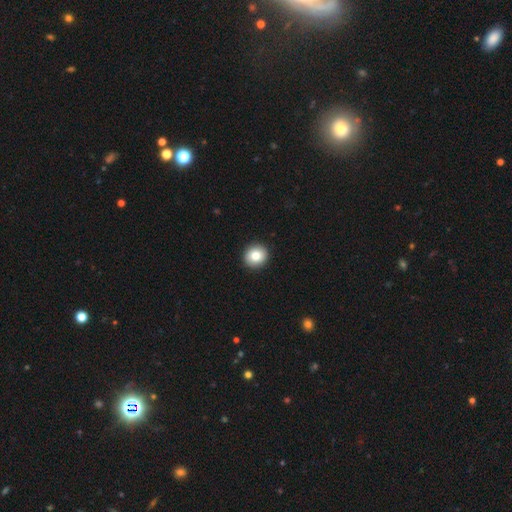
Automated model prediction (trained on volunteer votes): A smooth galaxy with no disk features (82%) that is round (86%). Merging: none (93%).